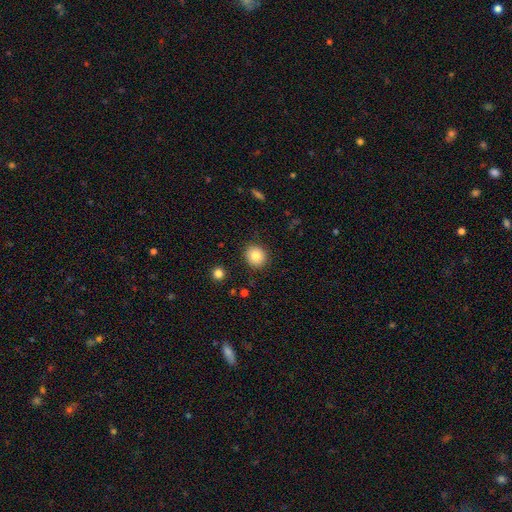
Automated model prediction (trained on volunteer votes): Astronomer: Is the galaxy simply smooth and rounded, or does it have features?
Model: smooth — 85%.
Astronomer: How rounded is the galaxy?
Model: round — 84%.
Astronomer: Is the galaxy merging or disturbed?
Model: none — 89%.